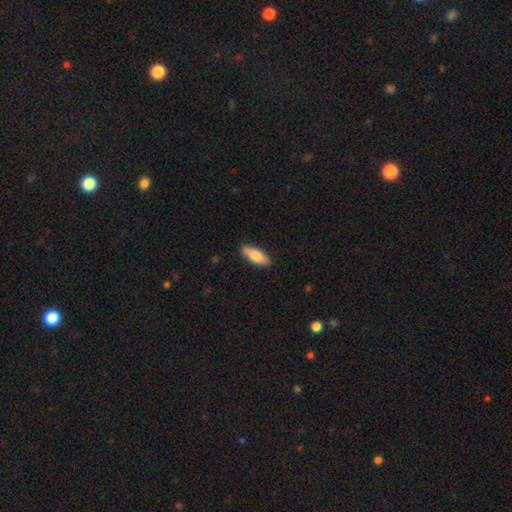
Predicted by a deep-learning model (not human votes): Smooth or featured?
  - smooth: 79% *
  - featured or disk: 15%
  - star or artifact: 6%
How rounded?
  - in between: 67% *
  - cigar-shaped: 30%
  - round: 2%
Merging?
  - none: 87% *
  - minor disturbance: 10%
  - major disturbance: 2%
  - merger: 1%